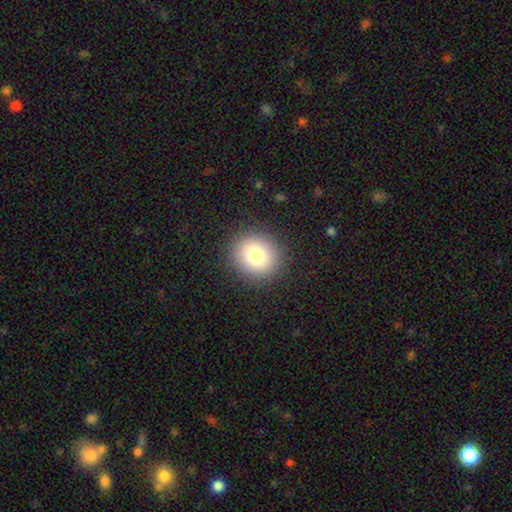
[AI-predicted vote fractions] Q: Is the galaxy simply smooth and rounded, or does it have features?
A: smooth — 80%.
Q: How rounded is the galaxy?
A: round — 85%.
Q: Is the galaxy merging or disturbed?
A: none — 90%.